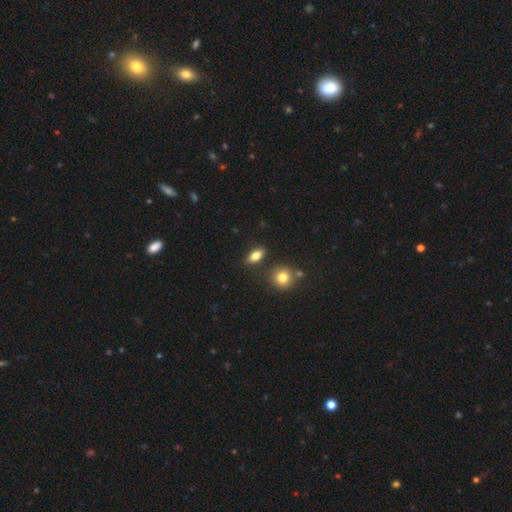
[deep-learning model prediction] Overall: smooth (79%). How rounded: in between (81%). Merging: none (82%).